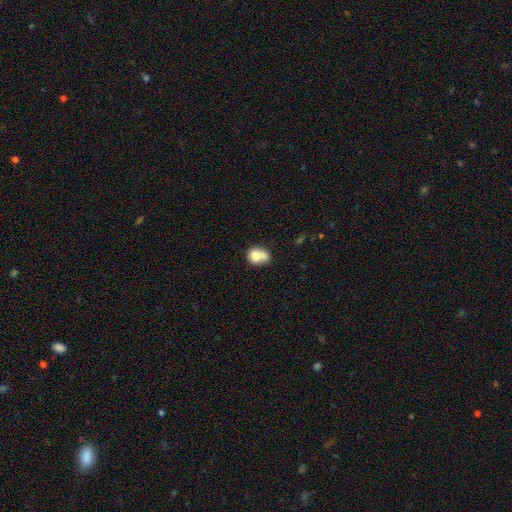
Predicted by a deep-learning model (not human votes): Overall: smooth (72%). How rounded: round (58%; in between 41%). Merging: merger (52%; none 29%).